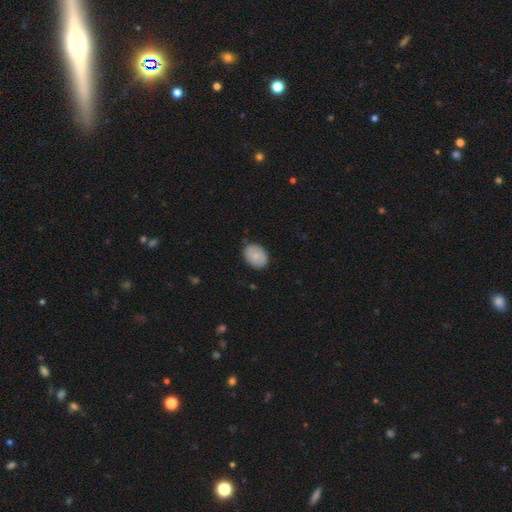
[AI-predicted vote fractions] smooth_or_featured: smooth (p=0.81) [alt: featured or disk p=0.12]
how_rounded: in between (p=0.73) [alt: round p=0.26]
merging: none (p=0.81) [alt: minor disturbance p=0.16]